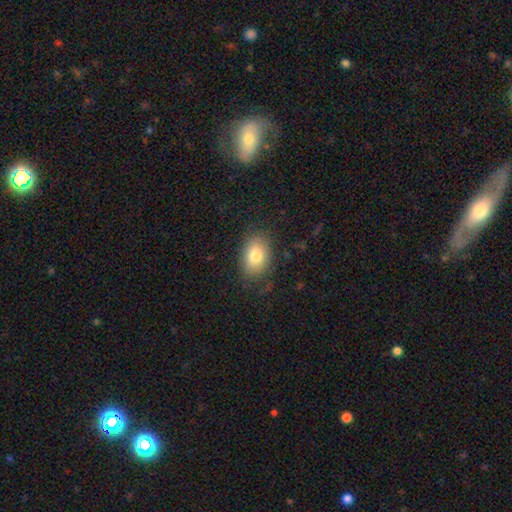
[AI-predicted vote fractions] Smooth or featured? Predicted: smooth (p=0.79). How rounded? Predicted: in between (p=0.84). Merging? Predicted: none (p=0.80).